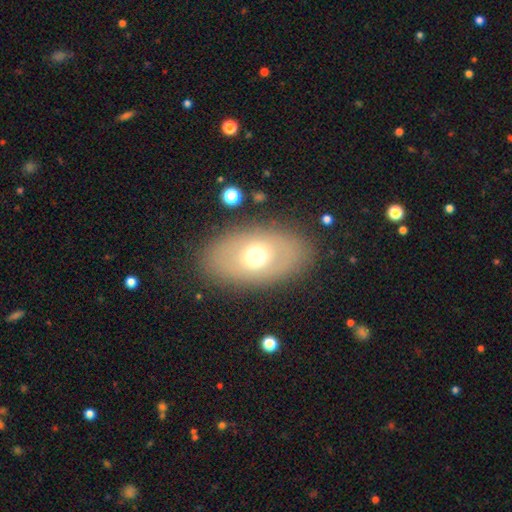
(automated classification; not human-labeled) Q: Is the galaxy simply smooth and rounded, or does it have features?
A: smooth — 58%.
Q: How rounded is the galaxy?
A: in between — 86%.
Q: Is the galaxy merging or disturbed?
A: none — 84%.